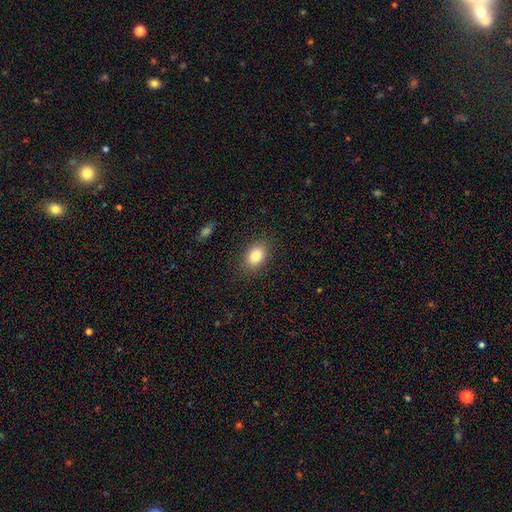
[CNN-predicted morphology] A smooth galaxy with no disk features (82%) that is in between round and cigar-shaped (72%). Merging: none (86%).